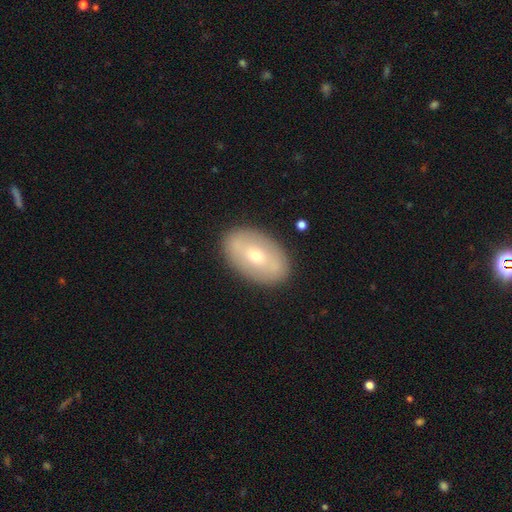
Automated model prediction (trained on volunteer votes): smooth_or_featured: smooth (p=0.47) [alt: featured or disk p=0.46]
merging: none (p=0.88) [alt: minor disturbance p=0.09]